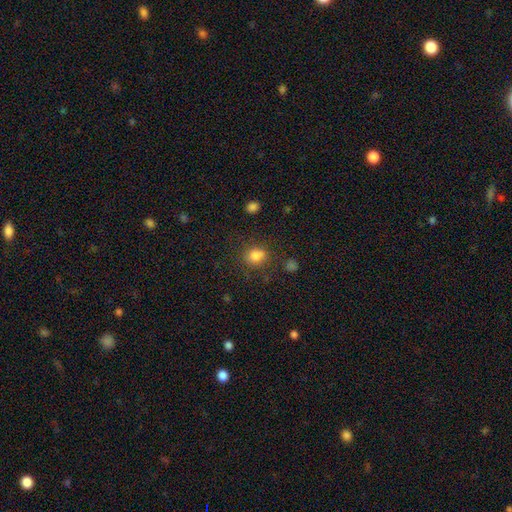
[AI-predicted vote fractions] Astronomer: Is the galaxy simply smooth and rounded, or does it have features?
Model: smooth — 81%.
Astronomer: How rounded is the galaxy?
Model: round — 70%.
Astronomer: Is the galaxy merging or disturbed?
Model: none — 74%.